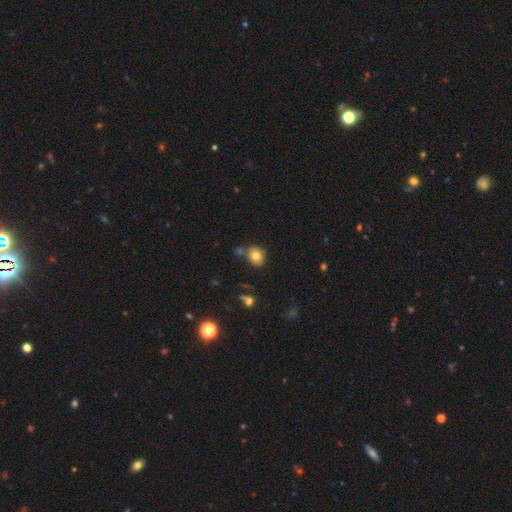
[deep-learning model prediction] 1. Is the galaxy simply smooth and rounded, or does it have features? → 77% smooth, 12% featured or disk, 11% star or artifact.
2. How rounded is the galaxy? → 55% round, 44% in between, 1% cigar-shaped.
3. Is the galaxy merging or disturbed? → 68% none, 15% minor disturbance, 13% merger, 4% major disturbance.